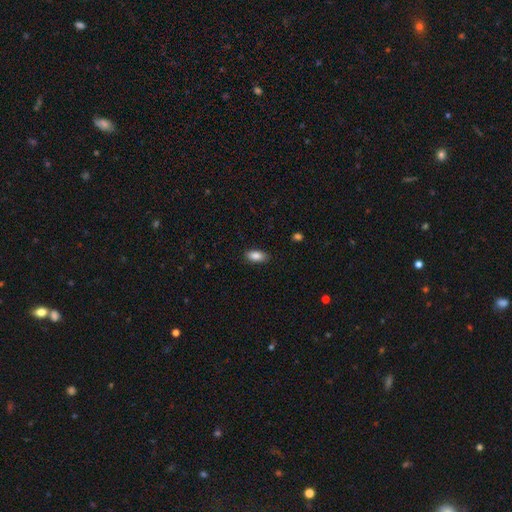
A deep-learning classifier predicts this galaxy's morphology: type=smooth (87%); roundness=in between (89%); merging=none (85%).